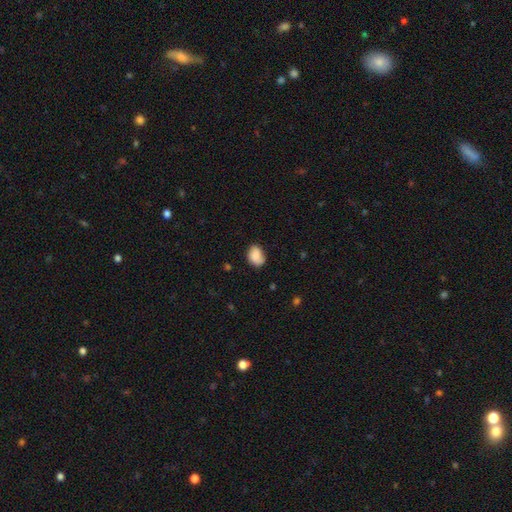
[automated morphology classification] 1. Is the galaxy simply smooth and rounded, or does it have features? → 81% smooth, 11% featured or disk, 8% star or artifact.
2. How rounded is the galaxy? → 73% in between, 26% round, 1% cigar-shaped.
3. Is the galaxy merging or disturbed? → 66% none, 26% minor disturbance, 6% major disturbance, 2% merger.